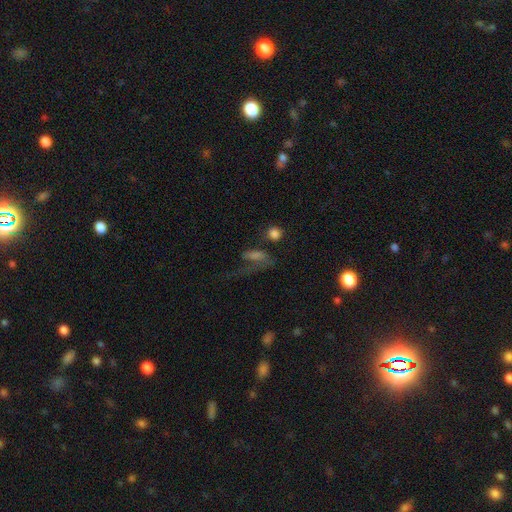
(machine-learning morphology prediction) type=smooth (42%); merging=major disturbance (44%).